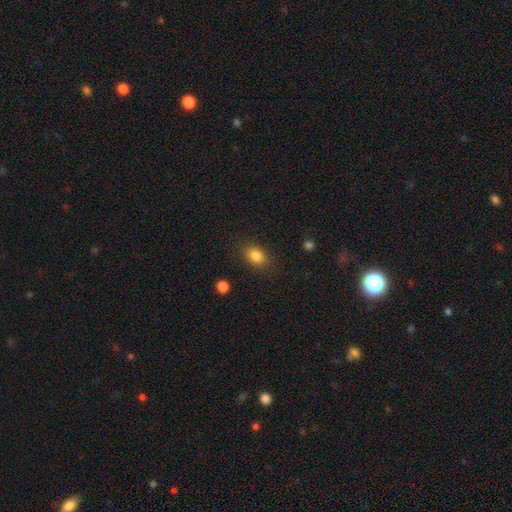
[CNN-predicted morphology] Smooth or featured?
  - smooth: 84% *
  - star or artifact: 10%
  - featured or disk: 6%
How rounded?
  - in between: 72% *
  - round: 27%
  - cigar-shaped: 1%
Merging?
  - none: 85% *
  - minor disturbance: 10%
  - major disturbance: 3%
  - merger: 1%